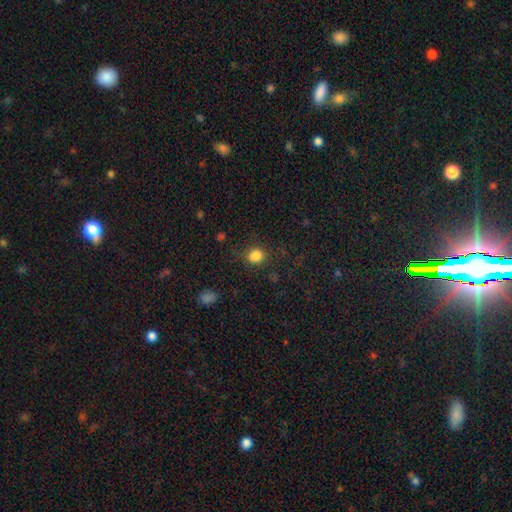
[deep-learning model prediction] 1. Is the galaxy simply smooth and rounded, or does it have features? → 83% smooth, 13% star or artifact, 4% featured or disk.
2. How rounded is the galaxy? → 67% round, 31% in between, 1% cigar-shaped.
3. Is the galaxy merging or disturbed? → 78% none, 14% minor disturbance, 6% major disturbance, 2% merger.